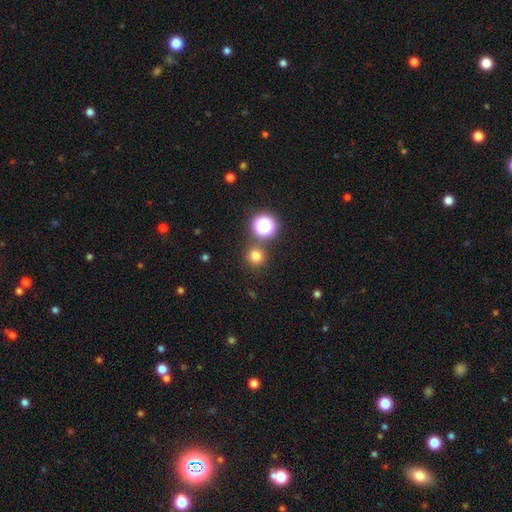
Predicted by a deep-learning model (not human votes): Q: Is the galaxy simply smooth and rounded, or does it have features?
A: smooth — 74%.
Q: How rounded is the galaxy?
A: round — 94%.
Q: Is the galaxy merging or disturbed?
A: none — 82%.